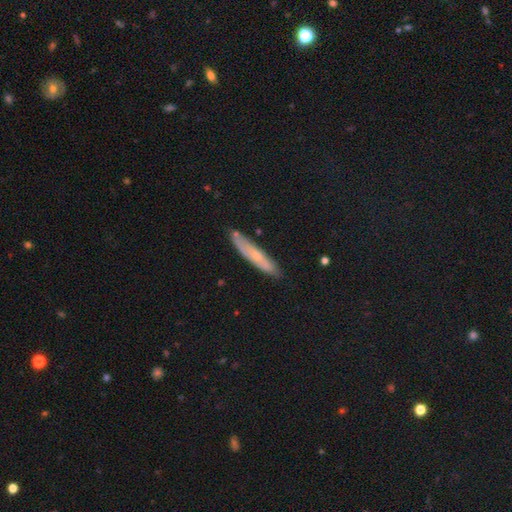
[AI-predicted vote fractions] Smooth or featured? featured or disk (47%)
Merging? none (78%)